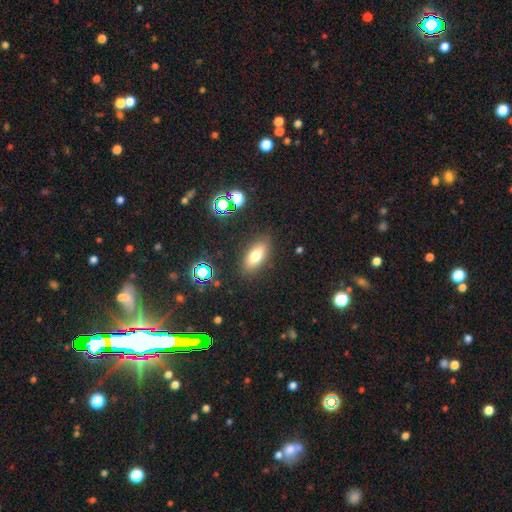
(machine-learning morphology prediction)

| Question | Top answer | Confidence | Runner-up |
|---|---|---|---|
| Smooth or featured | smooth | 72% | featured or disk (15%) |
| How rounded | in between | 83% | cigar-shaped (11%) |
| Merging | none | 85% | minor disturbance (10%) |